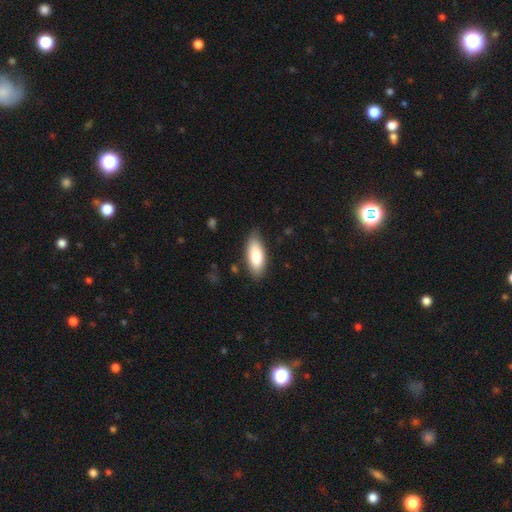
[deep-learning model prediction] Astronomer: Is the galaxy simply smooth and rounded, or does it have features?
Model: smooth — 84%.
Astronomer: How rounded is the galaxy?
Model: in between — 79%.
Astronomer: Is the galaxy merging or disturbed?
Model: none — 82%.